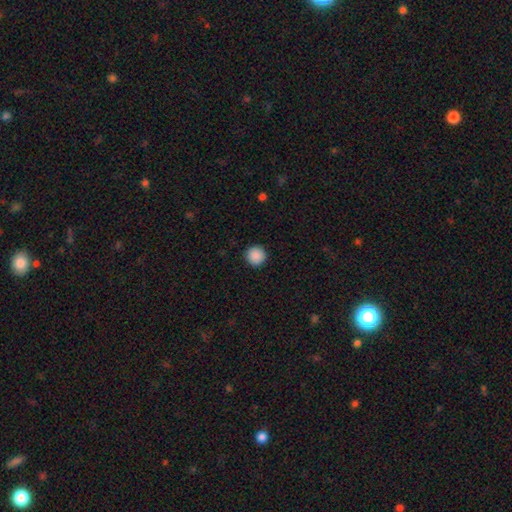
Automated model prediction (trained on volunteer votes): Smooth or featured: smooth — 89% (star or artifact — 8%)
How rounded: round — 96% (in between — 3%)
Merging: none — 93% (minor disturbance — 5%)